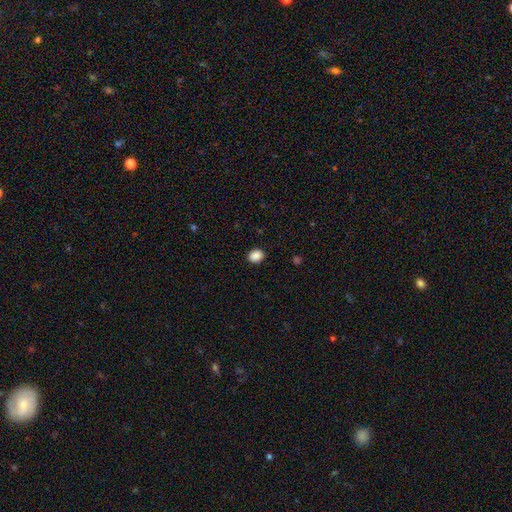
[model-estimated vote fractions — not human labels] smooth-or-featured: smooth: 89% | star or artifact: 9% | featured or disk: 3%
  how-rounded: round: 50% | in between: 49% | cigar-shaped: 1%
  merging: none: 90% | minor disturbance: 7% | major disturbance: 2% | merger: 1%